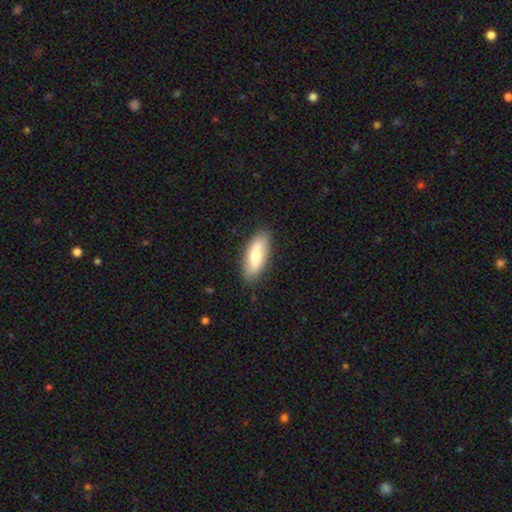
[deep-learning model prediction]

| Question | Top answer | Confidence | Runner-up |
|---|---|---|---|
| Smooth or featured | smooth | 66% | featured or disk (28%) |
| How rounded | in between | 75% | cigar-shaped (23%) |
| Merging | none | 87% | minor disturbance (10%) |